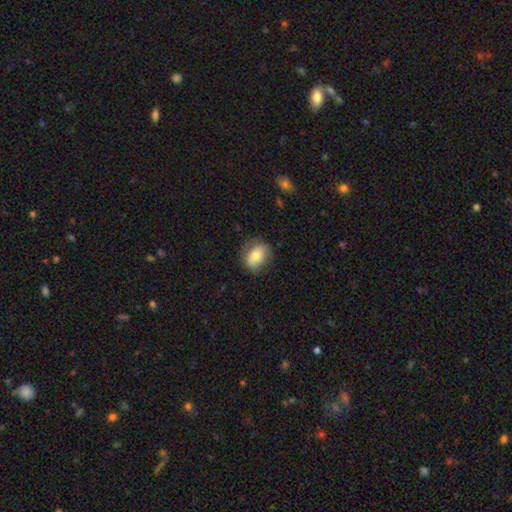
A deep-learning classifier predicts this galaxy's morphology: This appears to be a smooth galaxy with no disk features (72%) that is in between round and cigar-shaped (67%). Merging: none (74%).